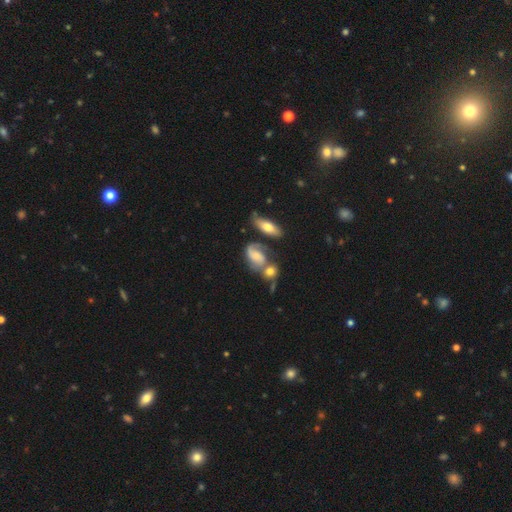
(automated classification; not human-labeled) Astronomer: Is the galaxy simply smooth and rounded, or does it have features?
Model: featured or disk — 59%.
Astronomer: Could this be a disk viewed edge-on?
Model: no — 94%.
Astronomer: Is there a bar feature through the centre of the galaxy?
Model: no — 59%.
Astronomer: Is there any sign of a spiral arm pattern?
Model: yes — 87%.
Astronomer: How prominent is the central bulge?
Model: small — 34% (runner-up: moderate, 32%).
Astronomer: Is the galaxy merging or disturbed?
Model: merger — 39% (runner-up: none, 34%).